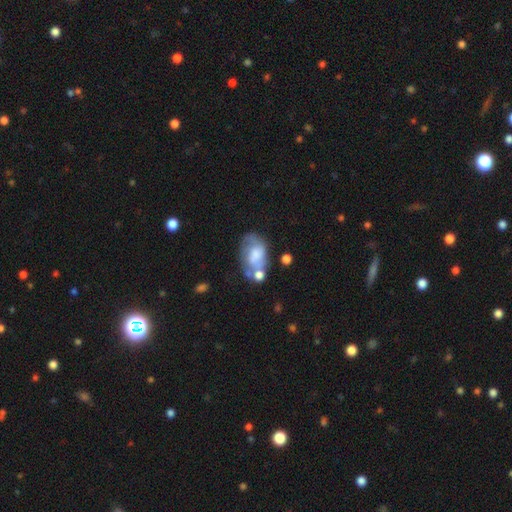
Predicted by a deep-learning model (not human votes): smooth_or_featured: smooth (p=0.46) [tied with: featured or disk p=0.46]
merging: none (p=0.35) [alt: merger p=0.25]